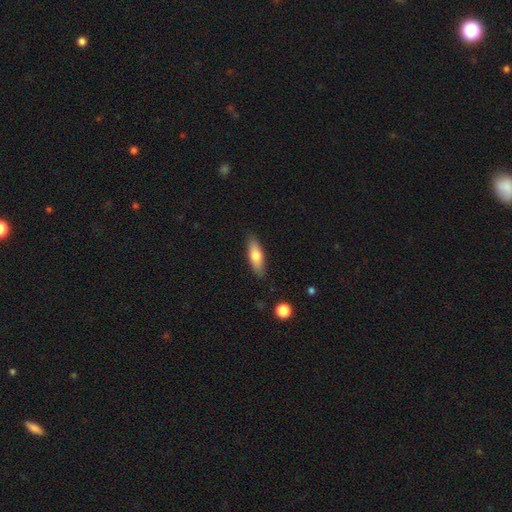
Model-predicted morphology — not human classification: smooth_or_featured: smooth (p=0.69) [alt: featured or disk p=0.25]
how_rounded: cigar-shaped (p=0.50) [alt: in between p=0.48]
merging: none (p=0.87) [alt: minor disturbance p=0.10]